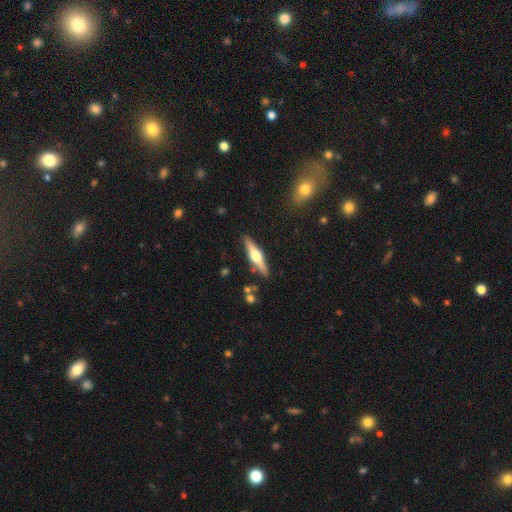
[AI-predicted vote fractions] Overall: featured or disk (66%; smooth 29%). Edge-on disk: yes (96%). Edge-on bulge: rounded (95%). Merging: none (88%).